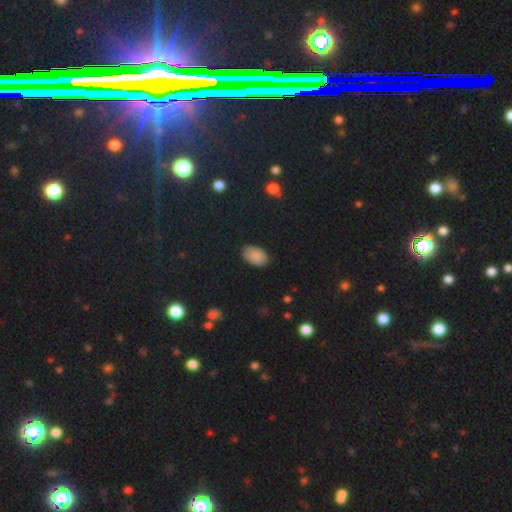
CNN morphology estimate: smooth_or_featured: smooth (p=0.83) [alt: star or artifact p=0.12]
how_rounded: in between (p=0.91) [alt: round p=0.08]
merging: none (p=0.82) [alt: minor disturbance p=0.14]